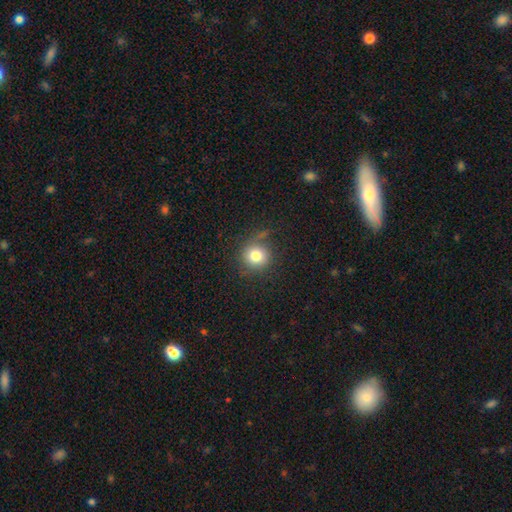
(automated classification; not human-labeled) smooth-or-featured: smooth: 80% | star or artifact: 12% | featured or disk: 8%
  how-rounded: round: 90% | in between: 9% | cigar-shaped: 1%
  merging: none: 75% | minor disturbance: 15% | major disturbance: 7% | merger: 3%